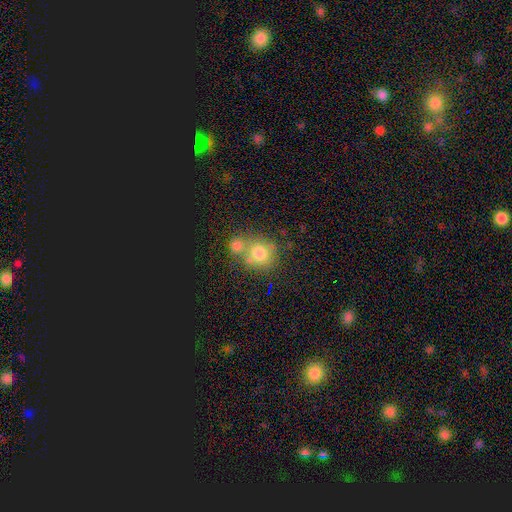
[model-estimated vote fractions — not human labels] A smooth galaxy with no disk features (70%) that is round (82%). Merging: none (45%).